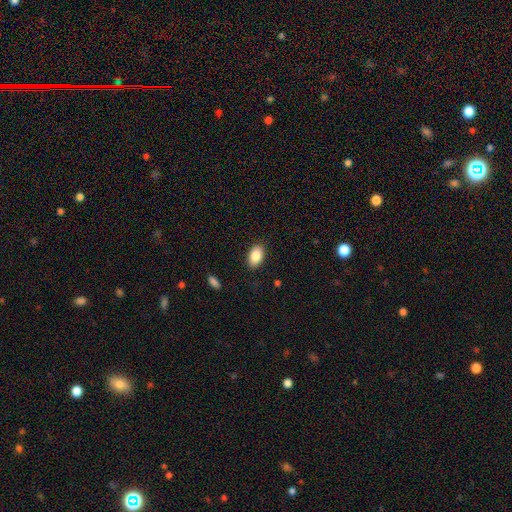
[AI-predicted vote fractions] A smooth galaxy with no disk features (87%) that is in between round and cigar-shaped (92%).

Vote fractions:
- Smooth or featured? smooth: 87% / star or artifact: 7% / featured or disk: 6%
- How rounded? in between: 92% / round: 7% / cigar-shaped: 1%
- Merging? none: 87% / minor disturbance: 9% / major disturbance: 2% / merger: 1%